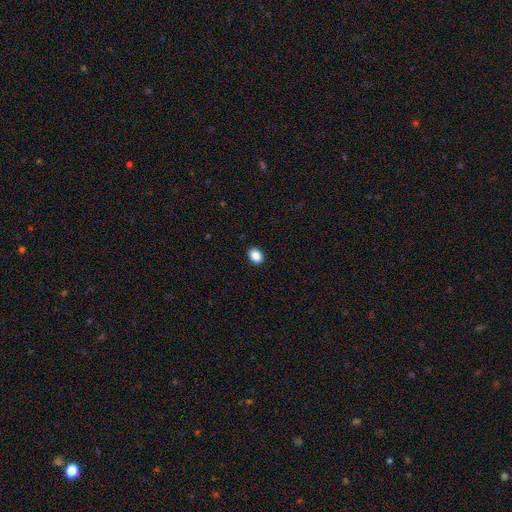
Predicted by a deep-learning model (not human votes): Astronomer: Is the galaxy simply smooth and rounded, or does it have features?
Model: smooth — 88%.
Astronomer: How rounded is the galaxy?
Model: in between — 68%.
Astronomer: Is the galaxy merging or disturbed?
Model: none — 91%.